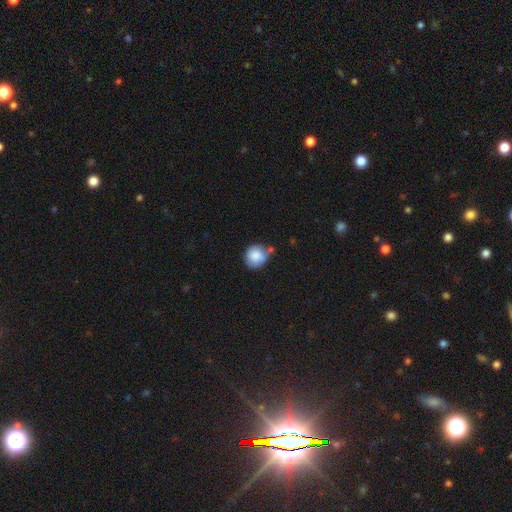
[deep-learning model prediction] Morphology: type=smooth (84%); roundness=round (86%); merging=none (53%).